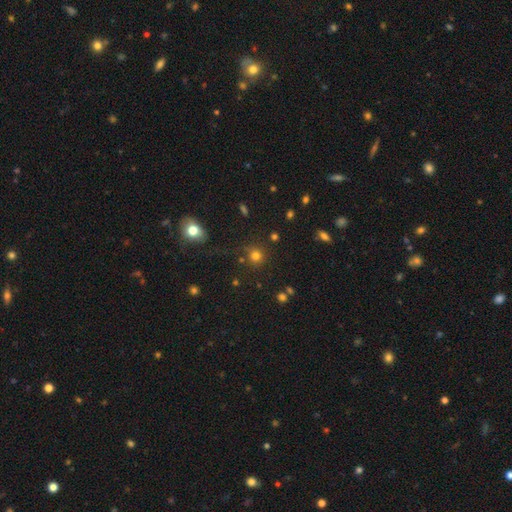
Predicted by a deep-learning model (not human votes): This is likely a smooth galaxy (75%). How rounded: clearly round (91%). Merging: likely none (79%).